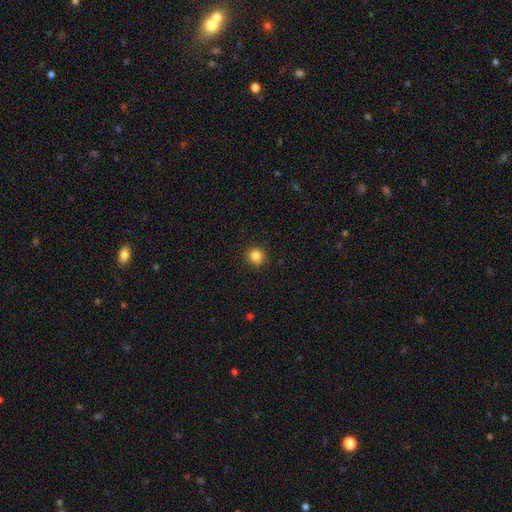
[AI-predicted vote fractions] Smooth or featured?
  - smooth: 84% *
  - star or artifact: 11%
  - featured or disk: 4%
How rounded?
  - round: 89% *
  - in between: 10%
  - cigar-shaped: 1%
Merging?
  - none: 89% *
  - minor disturbance: 8%
  - major disturbance: 2%
  - merger: 1%